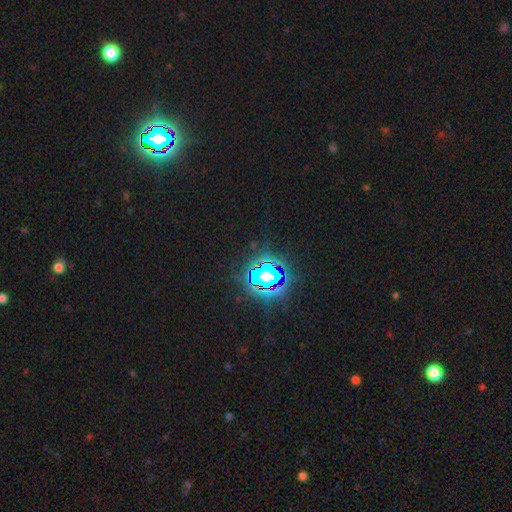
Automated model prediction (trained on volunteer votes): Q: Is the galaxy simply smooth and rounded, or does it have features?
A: star or artifact — 85%.